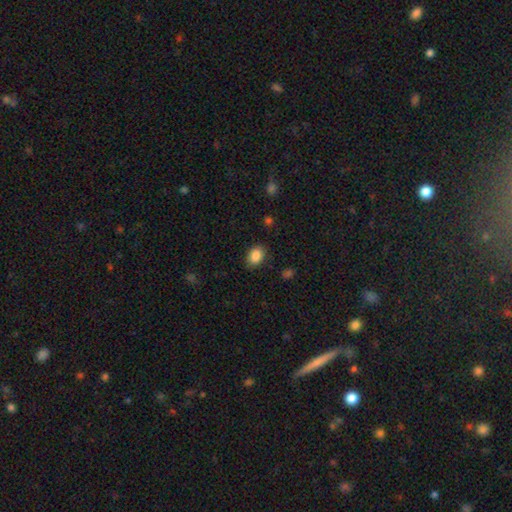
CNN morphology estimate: type=smooth (87%); roundness=in between (72%); merging=none (86%).